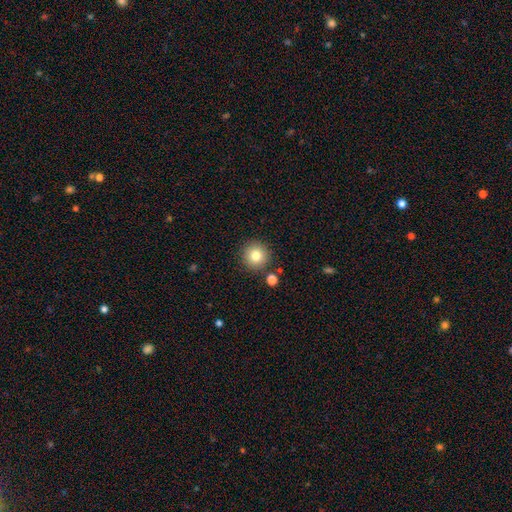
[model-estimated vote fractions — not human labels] This appears to be a smooth galaxy with no disk features (80%) that is round (95%). Merging: none (87%).